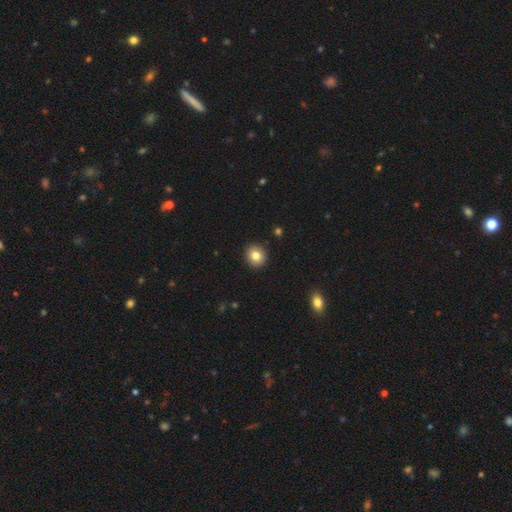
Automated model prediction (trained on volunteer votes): smooth_or_featured: smooth (p=0.82) [alt: star or artifact p=0.10]
how_rounded: round (p=0.89) [alt: in between p=0.10]
merging: none (p=0.92) [alt: minor disturbance p=0.05]